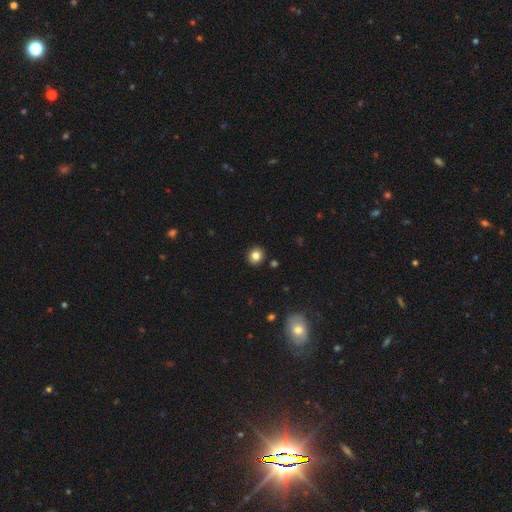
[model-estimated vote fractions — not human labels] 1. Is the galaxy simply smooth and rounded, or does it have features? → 82% smooth, 11% star or artifact, 7% featured or disk.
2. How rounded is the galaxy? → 86% round, 13% in between, 1% cigar-shaped.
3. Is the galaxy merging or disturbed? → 91% none, 6% minor disturbance, 2% merger, 2% major disturbance.